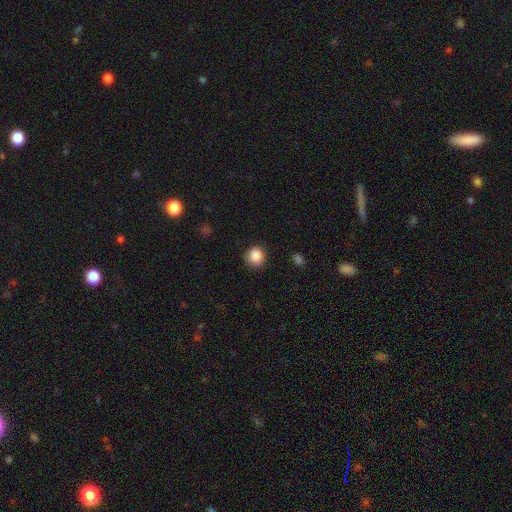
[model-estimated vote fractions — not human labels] smooth 88%, star or artifact 9%, featured or disk 3%. Down the decision tree: how rounded — round (90%); merging — none (85%).